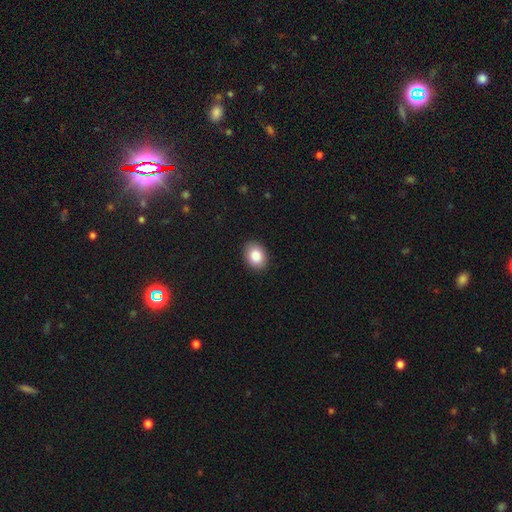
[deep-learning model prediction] Morphology: type=smooth (87%); roundness=in between (66%); merging=none (90%).